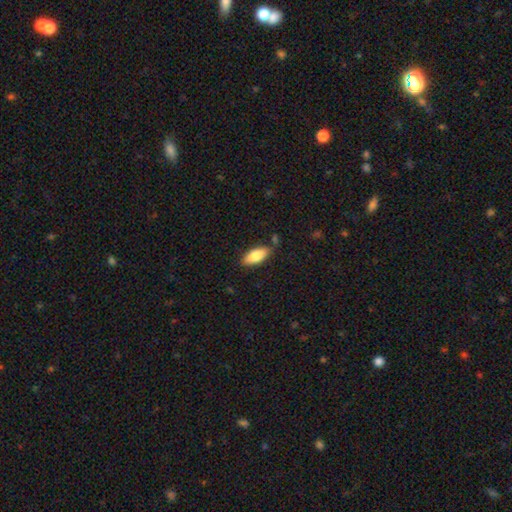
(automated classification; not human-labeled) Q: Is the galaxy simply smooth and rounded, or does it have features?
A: smooth — 82%.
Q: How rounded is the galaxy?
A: in between — 86%.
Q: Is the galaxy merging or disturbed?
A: none — 77%.